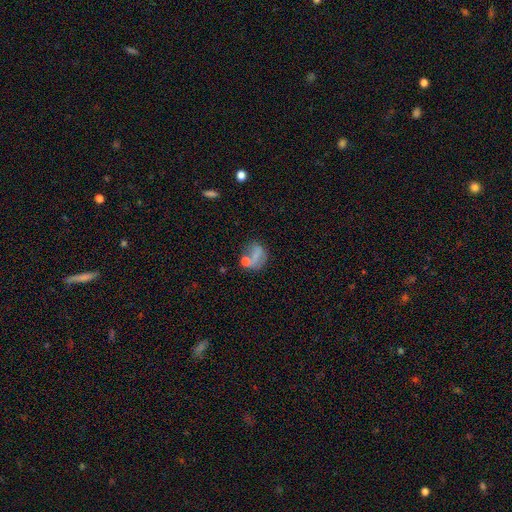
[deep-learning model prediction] smooth 63%, featured or disk 23%, star or artifact 14%. Down the decision tree: how rounded — round (53%); merging — none (38%).